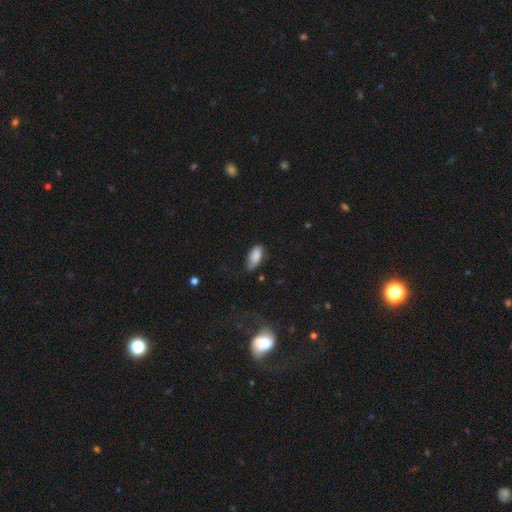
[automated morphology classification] Overall: smooth (84%). How rounded: in between (89%). Merging: none (49%; minor disturbance 39%).